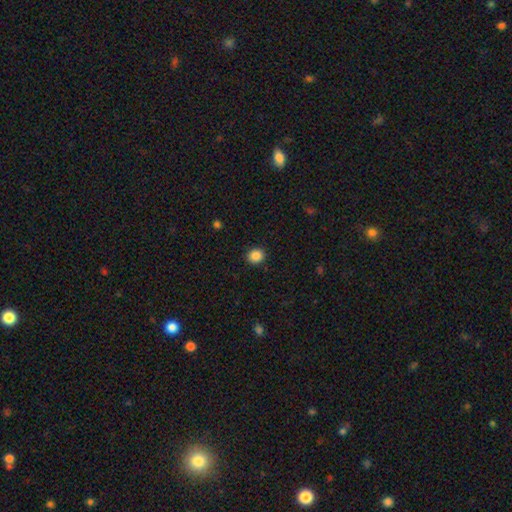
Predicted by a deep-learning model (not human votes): A smooth galaxy with no disk features (87%) that is round (78%).

Vote fractions:
- Smooth or featured? smooth: 87% / star or artifact: 10% / featured or disk: 3%
- How rounded? round: 78% / in between: 22% / cigar-shaped: 1%
- Merging? none: 91% / minor disturbance: 6% / major disturbance: 2% / merger: 1%